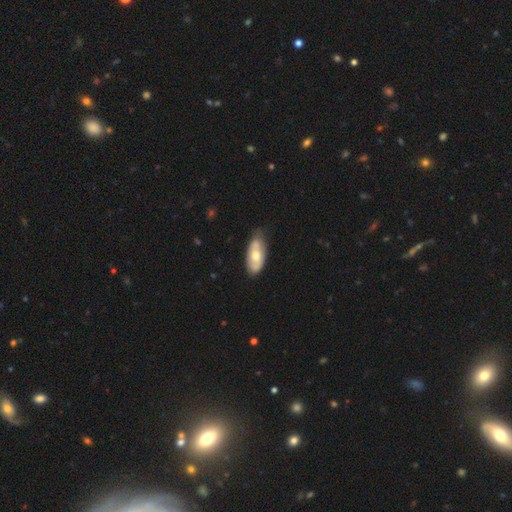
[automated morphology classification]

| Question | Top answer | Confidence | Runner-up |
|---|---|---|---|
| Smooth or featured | smooth | 55% | featured or disk (40%) |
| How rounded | in between | 87% | cigar-shaped (10%) |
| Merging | none | 65% | minor disturbance (28%) |